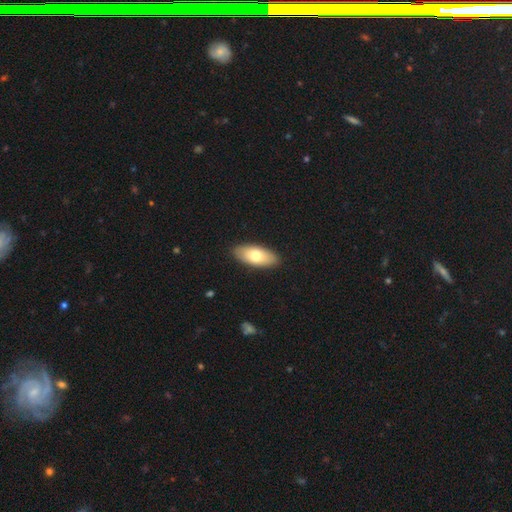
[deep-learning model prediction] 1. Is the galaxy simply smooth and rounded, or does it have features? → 72% smooth, 22% featured or disk, 6% star or artifact.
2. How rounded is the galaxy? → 90% in between, 8% cigar-shaped, 2% round.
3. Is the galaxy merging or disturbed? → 90% none, 8% minor disturbance, 2% major disturbance, 1% merger.